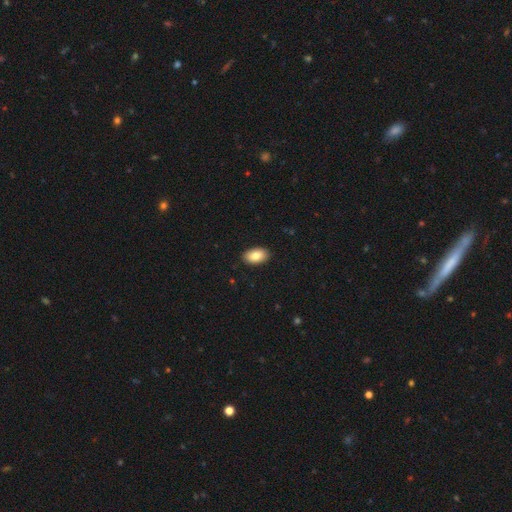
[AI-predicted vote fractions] smooth-or-featured: smooth: 84% | featured or disk: 9% | star or artifact: 7%
  how-rounded: in between: 93% | round: 5% | cigar-shaped: 1%
  merging: none: 90% | minor disturbance: 8% | major disturbance: 2% | merger: 1%